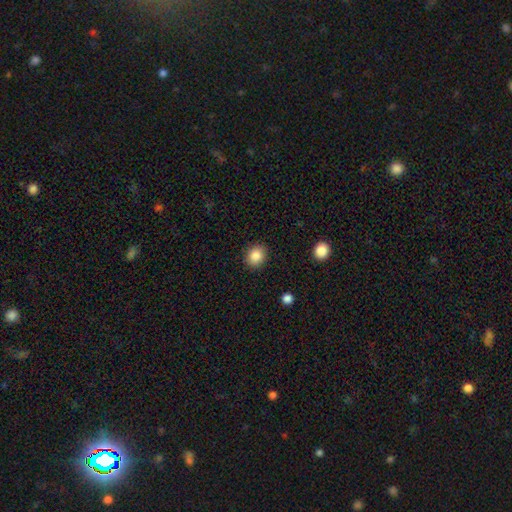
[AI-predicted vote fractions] A smooth galaxy with no disk features (86%) that is round (71%). Merging: none (89%).